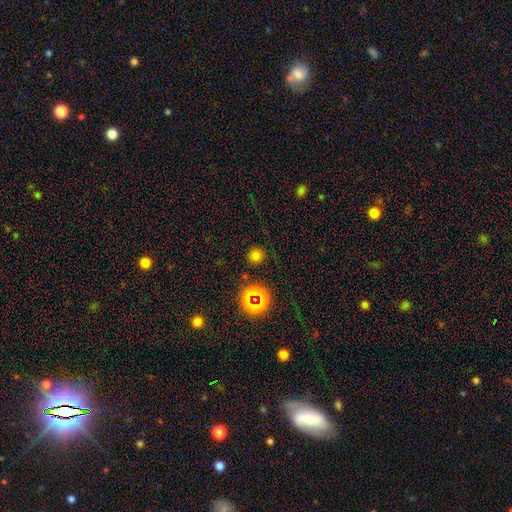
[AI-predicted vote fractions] The model was most divided on "smooth or featured": smooth: 70%, star or artifact: 24%, featured or disk: 6%. More confident: how rounded — round (92%); merging — none (88%).